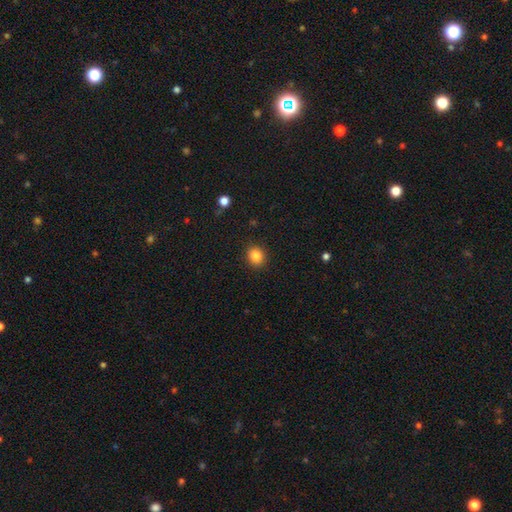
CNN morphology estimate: Q: Smooth or featured?
A: smooth (85%); runner-up: star or artifact (11%)
Q: How rounded?
A: round (73%); runner-up: in between (26%)
Q: Merging?
A: none (90%); runner-up: minor disturbance (7%)